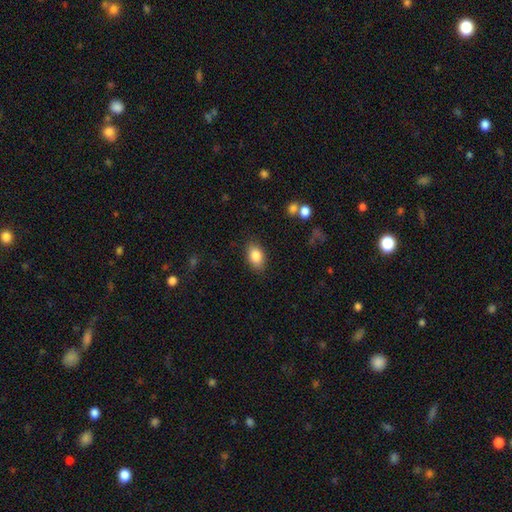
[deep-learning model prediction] Q: Smooth or featured?
A: smooth (85%); runner-up: star or artifact (8%)
Q: How rounded?
A: in between (89%); runner-up: round (9%)
Q: Merging?
A: none (86%); runner-up: minor disturbance (10%)